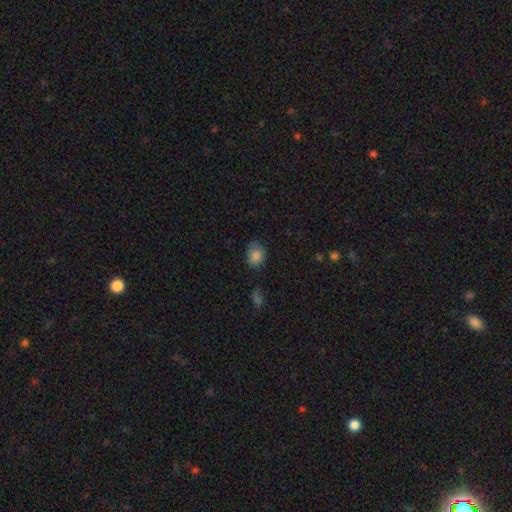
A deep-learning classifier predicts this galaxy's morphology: Smooth or featured?
  - smooth: 84% *
  - star or artifact: 10%
  - featured or disk: 6%
How rounded?
  - round: 54% *
  - in between: 45%
  - cigar-shaped: 1%
Merging?
  - none: 66% *
  - minor disturbance: 25%
  - major disturbance: 6%
  - merger: 3%